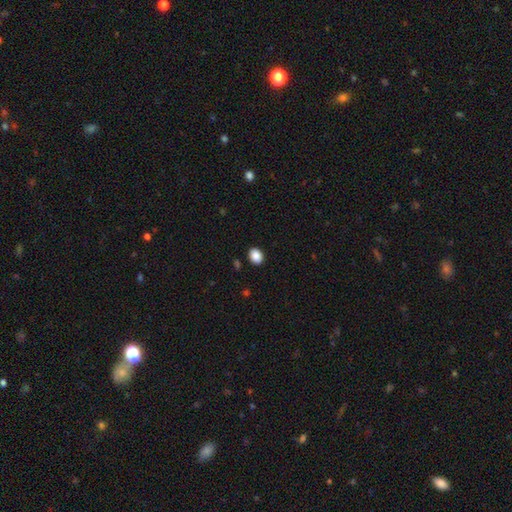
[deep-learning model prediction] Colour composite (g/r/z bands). It shows a smooth galaxy with no disk features (88%) that is in between round and cigar-shaped (60%). Merging: none (90%).